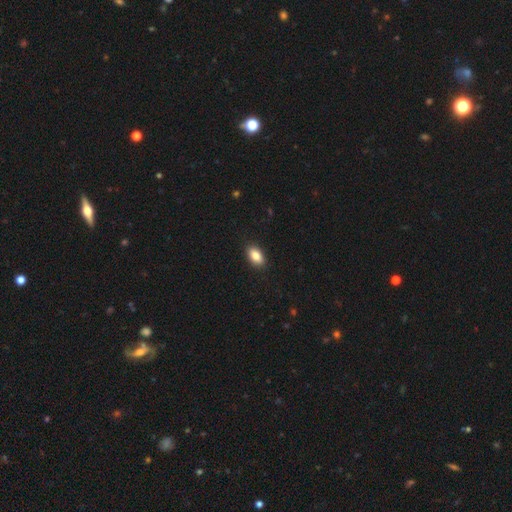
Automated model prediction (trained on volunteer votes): smooth_or_featured: smooth (p=0.86) [alt: star or artifact p=0.08]
how_rounded: in between (p=0.91) [alt: round p=0.06]
merging: none (p=0.90) [alt: minor disturbance p=0.07]